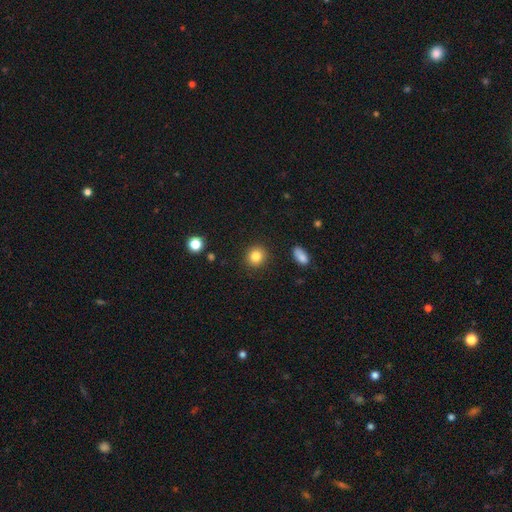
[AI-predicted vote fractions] A smooth galaxy with no disk features (84%) that is round (86%). Merging: none (90%).